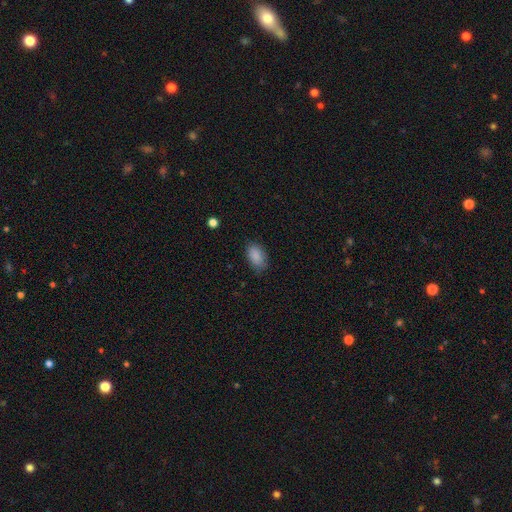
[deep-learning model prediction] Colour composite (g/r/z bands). It shows a smooth galaxy with no disk features (88%) that is in between round and cigar-shaped (91%). Merging: none (79%).